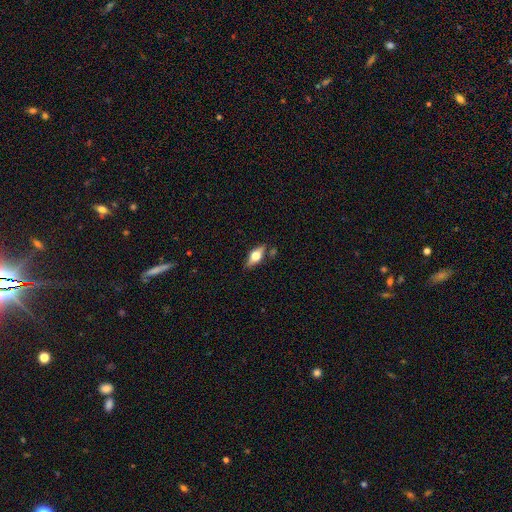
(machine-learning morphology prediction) smooth-or-featured: featured or disk: 50% | smooth: 43% | star or artifact: 7%
  merging: none: 79% | minor disturbance: 14% | merger: 4% | major disturbance: 3%